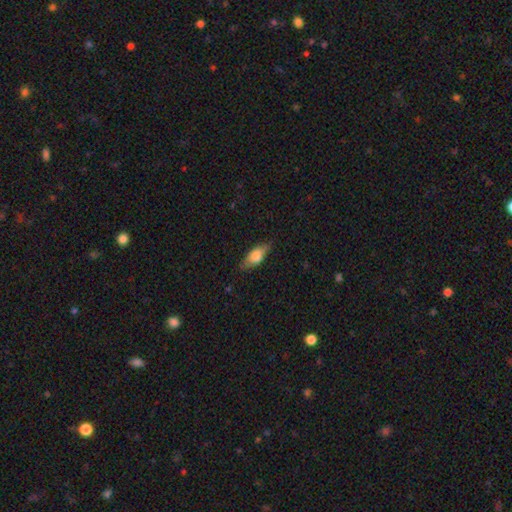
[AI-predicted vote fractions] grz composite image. It shows a smooth galaxy with no disk features (68%) that is in between round and cigar-shaped (74%). Merging: none (78%).